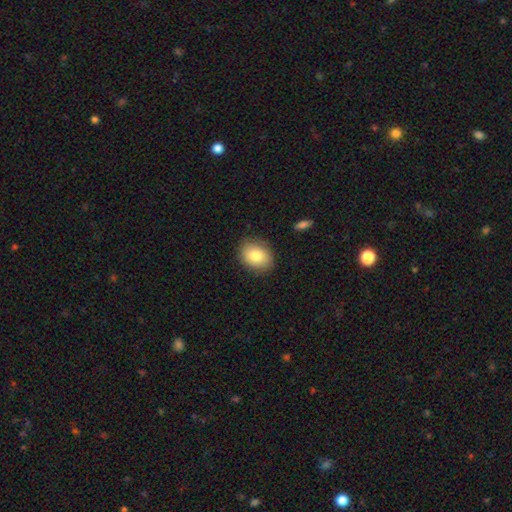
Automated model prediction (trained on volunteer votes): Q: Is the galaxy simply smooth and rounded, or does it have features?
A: smooth — 81%.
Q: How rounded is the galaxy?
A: in between — 58%.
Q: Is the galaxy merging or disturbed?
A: none — 86%.